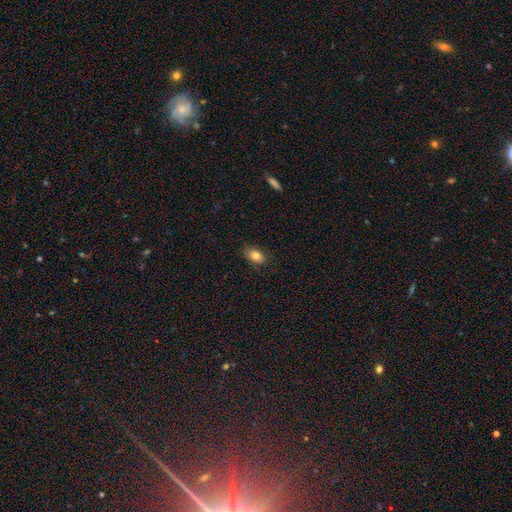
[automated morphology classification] This appears to be a smooth galaxy with no disk features (83%) that is in between round and cigar-shaped (87%). Merging: none (82%).